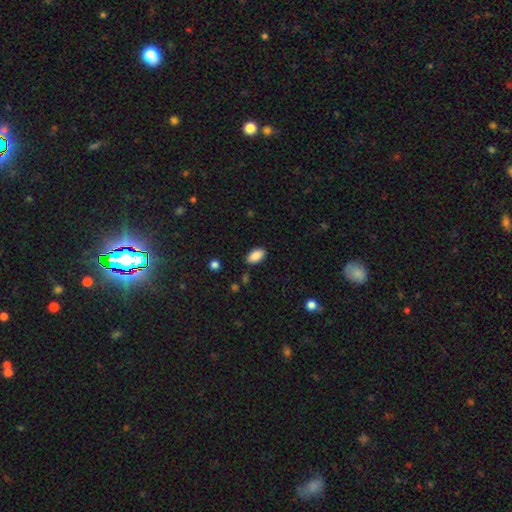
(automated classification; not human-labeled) Smooth or featured? smooth (88%)
How rounded? in between (93%)
Merging? none (85%)